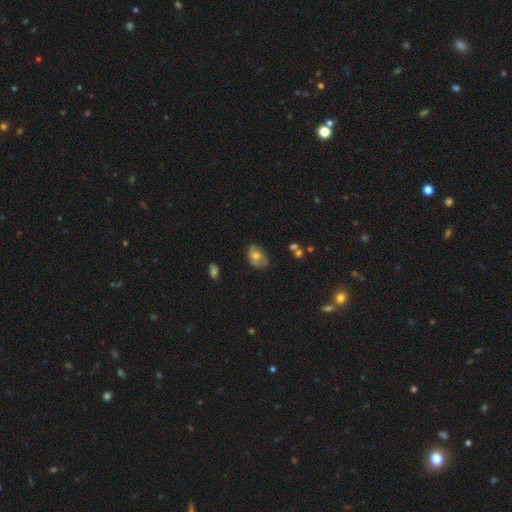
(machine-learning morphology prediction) This is possibly a smooth galaxy (59%). How rounded: likely in between (78%). Merging: possibly none (50%).